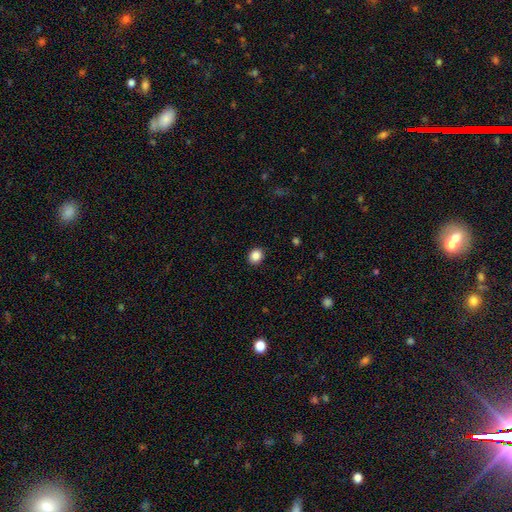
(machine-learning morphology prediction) Smooth or featured? Predicted: smooth (p=0.87). How rounded? Predicted: round (p=0.66). Merging? Predicted: none (p=0.91).